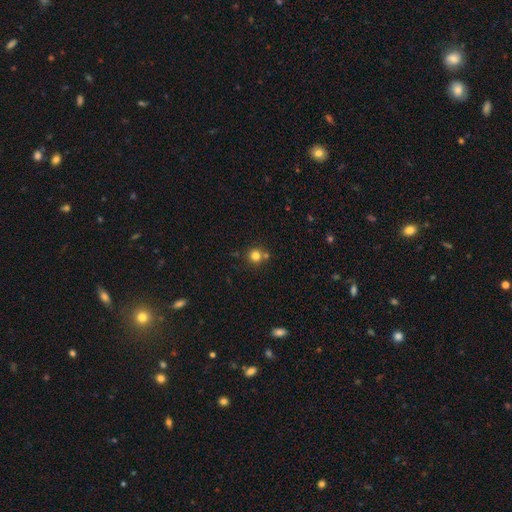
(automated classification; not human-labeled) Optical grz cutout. It shows a smooth galaxy with no disk features (79%) that is round (92%). Merging: none (69%).